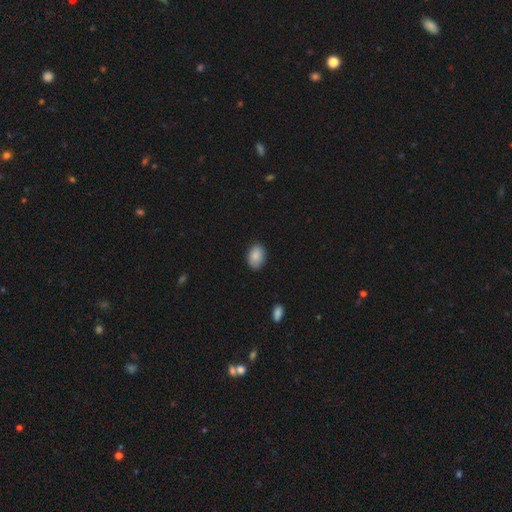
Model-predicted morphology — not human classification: smooth 87%, star or artifact 7%, featured or disk 6%. Down the decision tree: how rounded — in between (83%); merging — none (83%).